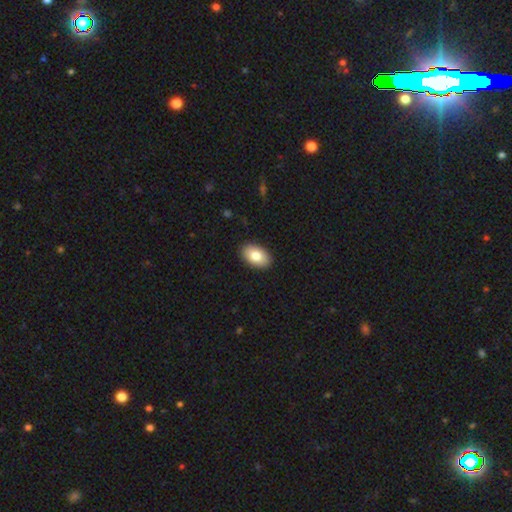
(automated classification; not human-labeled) Q: Smooth or featured?
A: smooth (82%); runner-up: featured or disk (11%)
Q: How rounded?
A: in between (92%); runner-up: round (7%)
Q: Merging?
A: none (90%); runner-up: minor disturbance (7%)